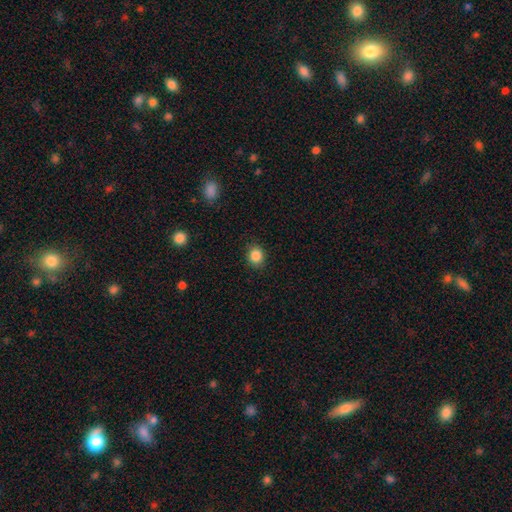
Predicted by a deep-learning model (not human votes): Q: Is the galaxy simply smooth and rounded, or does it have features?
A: smooth — 86%.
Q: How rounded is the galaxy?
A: round — 78%.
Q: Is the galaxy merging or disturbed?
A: none — 89%.